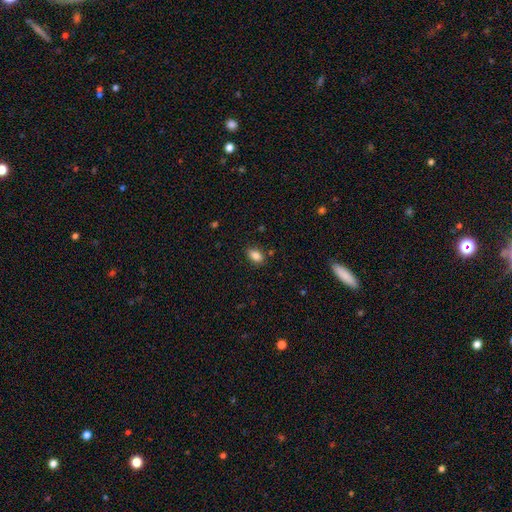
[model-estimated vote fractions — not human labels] smooth-or-featured: smooth: 84% | star or artifact: 9% | featured or disk: 7%
  how-rounded: in between: 86% | round: 12% | cigar-shaped: 2%
  merging: none: 84% | minor disturbance: 11% | merger: 2% | major disturbance: 2%